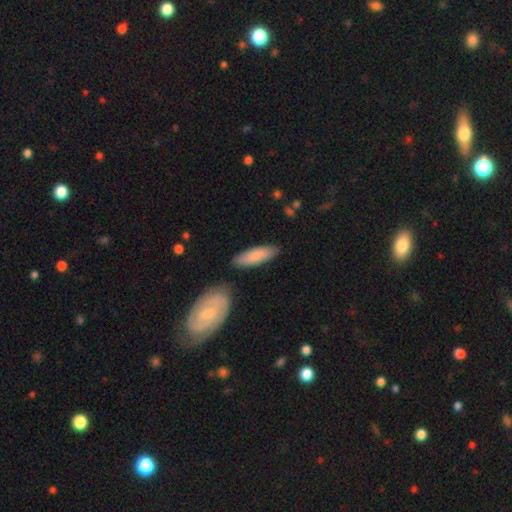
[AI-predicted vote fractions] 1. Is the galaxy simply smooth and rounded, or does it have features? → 80% smooth, 15% featured or disk, 5% star or artifact.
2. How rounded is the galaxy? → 50% in between, 48% cigar-shaped, 2% round.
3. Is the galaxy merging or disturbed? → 79% none, 13% minor disturbance, 6% merger, 3% major disturbance.